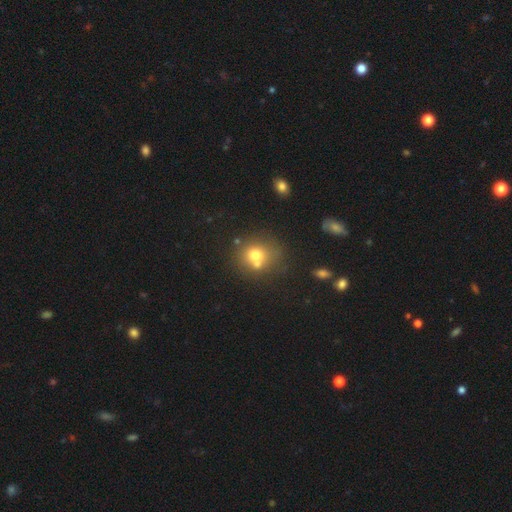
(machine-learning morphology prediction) Q: Smooth or featured?
A: smooth (68%); runner-up: featured or disk (18%)
Q: How rounded?
A: round (77%); runner-up: in between (22%)
Q: Merging?
A: none (51%); runner-up: merger (31%)